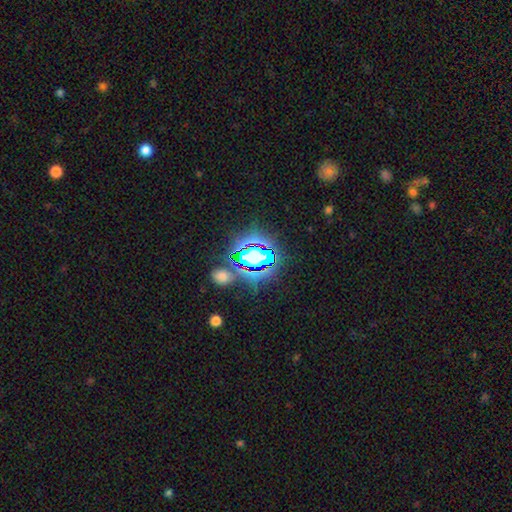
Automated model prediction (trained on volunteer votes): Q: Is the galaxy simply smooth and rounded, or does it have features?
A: star or artifact — 81%.